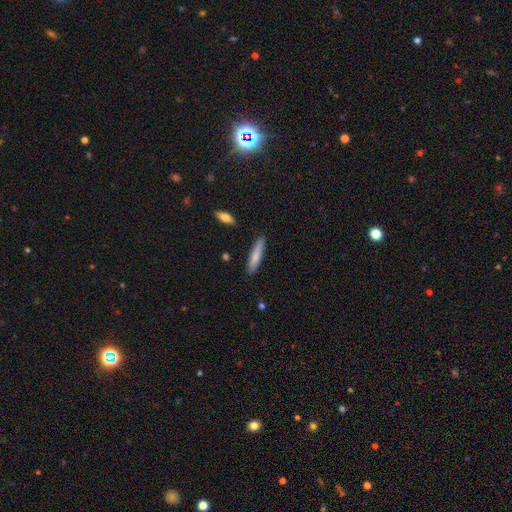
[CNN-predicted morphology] Smooth or featured? Predicted: smooth (p=0.77). How rounded? Predicted: cigar-shaped (p=0.85). Merging? Predicted: none (p=0.85).